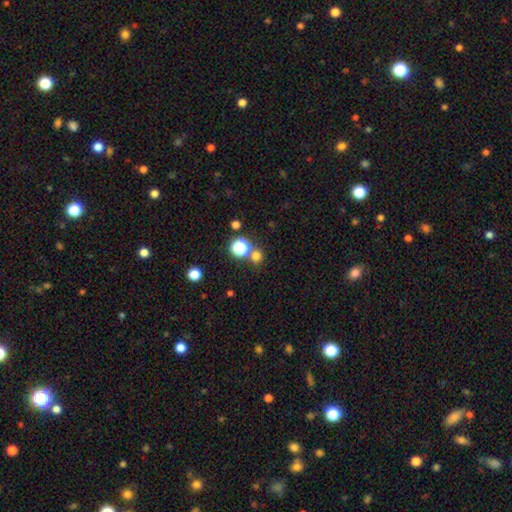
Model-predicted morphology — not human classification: A smooth galaxy with no disk features (70%) that is round (88%).

Vote fractions:
- Smooth or featured? smooth: 70% / star or artifact: 24% / featured or disk: 6%
- How rounded? round: 88% / in between: 11% / cigar-shaped: 1%
- Merging? none: 70% / merger: 20% / minor disturbance: 7% / major disturbance: 3%